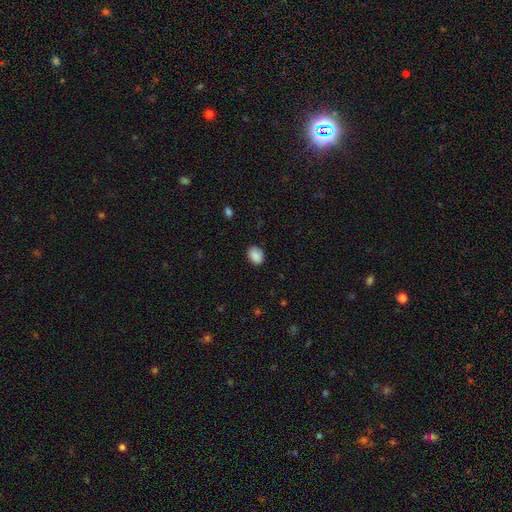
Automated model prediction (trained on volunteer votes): smooth_or_featured: smooth (p=0.88) [alt: star or artifact p=0.08]
how_rounded: in between (p=0.61) [alt: round p=0.38]
merging: none (p=0.85) [alt: minor disturbance p=0.11]